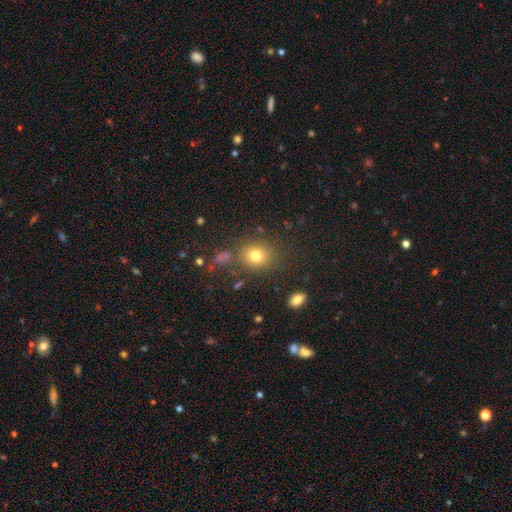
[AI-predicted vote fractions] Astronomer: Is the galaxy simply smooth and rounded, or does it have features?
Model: smooth — 77%.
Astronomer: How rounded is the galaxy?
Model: round — 68%.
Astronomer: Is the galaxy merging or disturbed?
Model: none — 78%.